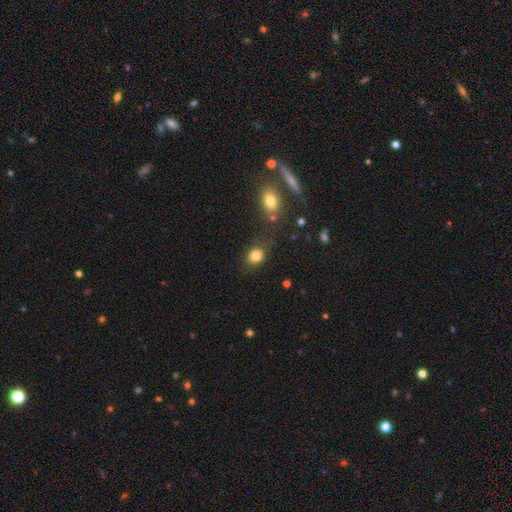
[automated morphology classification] This appears to be a smooth galaxy with no disk features (83%) that is round (57%). Merging: none (71%).